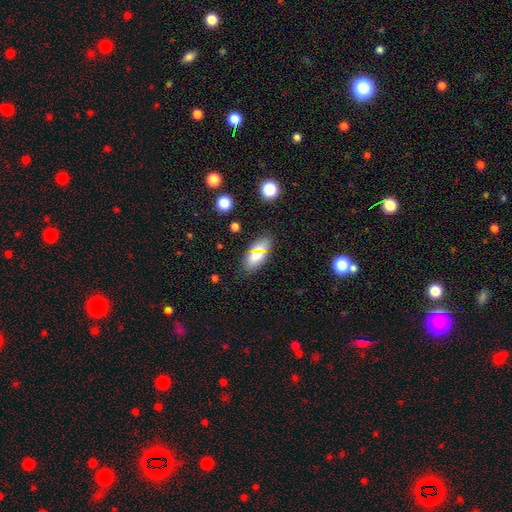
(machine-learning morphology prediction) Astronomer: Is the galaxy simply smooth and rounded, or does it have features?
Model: smooth — 73%.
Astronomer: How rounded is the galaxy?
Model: in between — 85%.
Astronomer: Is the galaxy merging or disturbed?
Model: none — 84%.